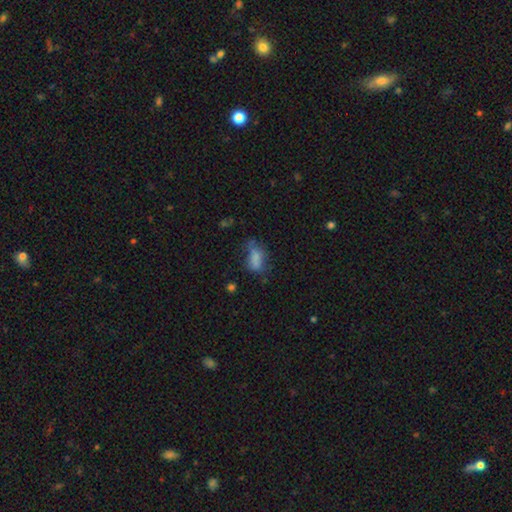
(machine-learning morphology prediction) type=smooth (71%); roundness=in between (82%); merging=none (44%).